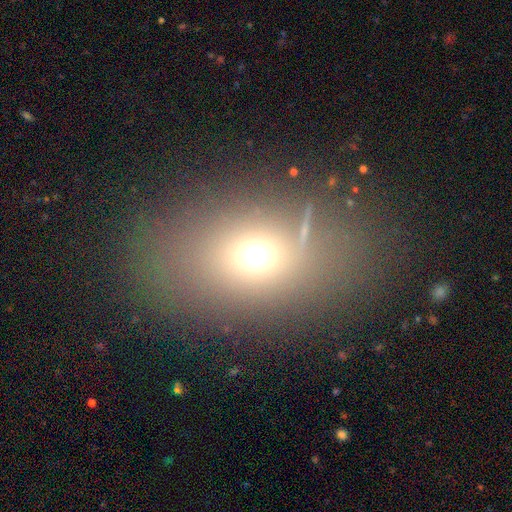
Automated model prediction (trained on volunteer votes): Q: Smooth or featured?
A: smooth (58%); runner-up: star or artifact (25%)
Q: How rounded?
A: in between (64%); runner-up: round (34%)
Q: Merging?
A: none (73%); runner-up: minor disturbance (13%)